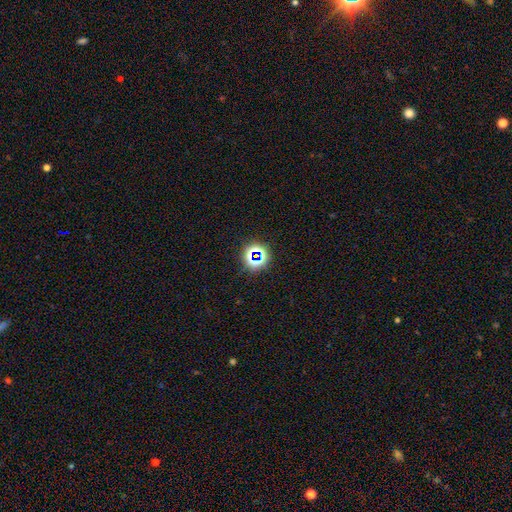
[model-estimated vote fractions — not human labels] This appears to be a star or artifact, not a galaxy (67%).